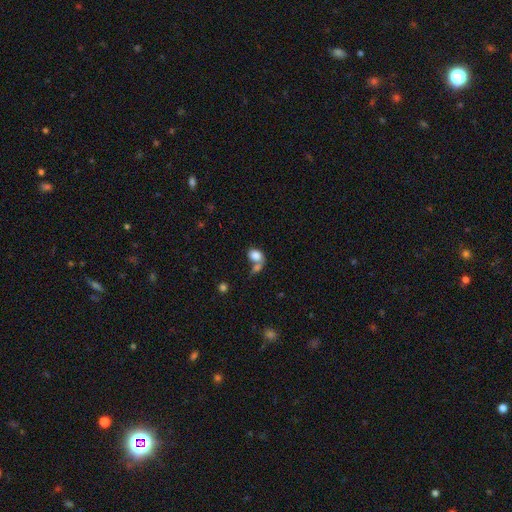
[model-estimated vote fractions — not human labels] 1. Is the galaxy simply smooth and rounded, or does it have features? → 82% smooth, 9% featured or disk, 8% star or artifact.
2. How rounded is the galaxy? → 72% in between, 26% round, 1% cigar-shaped.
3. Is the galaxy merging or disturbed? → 52% merger, 30% none, 10% minor disturbance, 8% major disturbance.